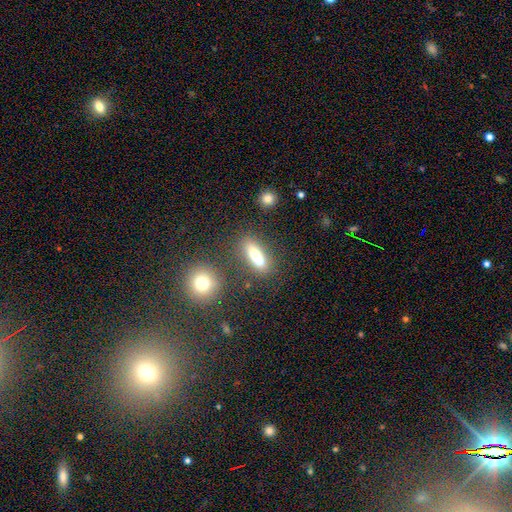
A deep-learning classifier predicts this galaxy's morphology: Smooth or featured? Predicted: smooth (p=0.67). How rounded? Predicted: in between (p=0.66). Merging? Predicted: merger (p=0.44).